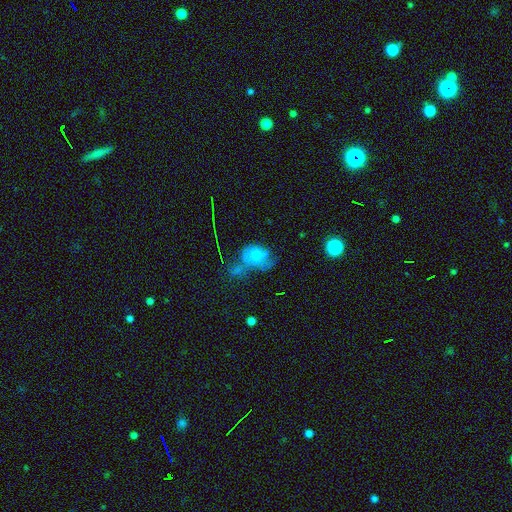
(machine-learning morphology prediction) Smooth or featured: smooth — 63% (featured or disk — 24%)
How rounded: in between — 72% (round — 26%)
Merging: merger — 33% (major disturbance — 23%)